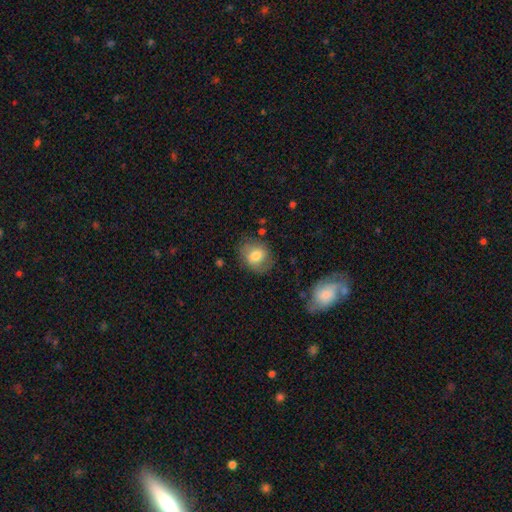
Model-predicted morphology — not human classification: Smooth or featured? smooth (72%)
How rounded? round (58%)
Merging? none (73%)